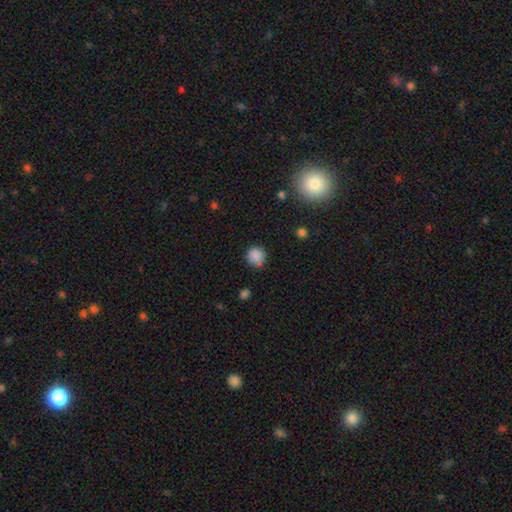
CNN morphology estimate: smooth-or-featured: smooth: 85% | star or artifact: 11% | featured or disk: 4%
  how-rounded: round: 92% | in between: 7% | cigar-shaped: 1%
  merging: none: 77% | minor disturbance: 16% | major disturbance: 4% | merger: 4%